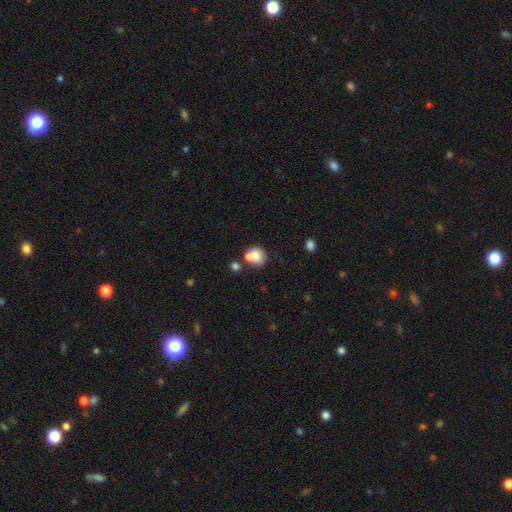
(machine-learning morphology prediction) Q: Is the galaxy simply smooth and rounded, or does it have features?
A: smooth — 73%.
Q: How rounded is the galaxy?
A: round — 67%.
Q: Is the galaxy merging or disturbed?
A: none — 43%.